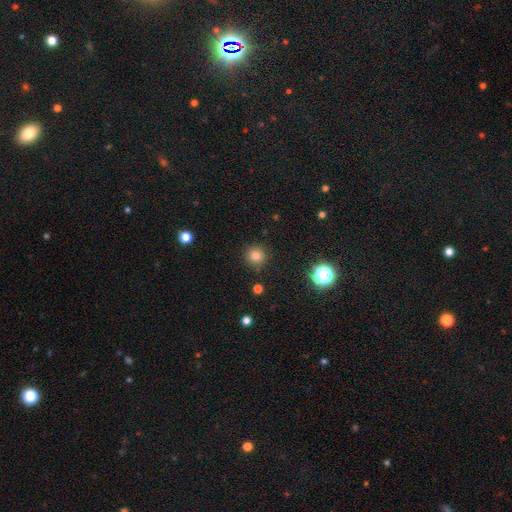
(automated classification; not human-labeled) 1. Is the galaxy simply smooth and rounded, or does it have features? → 82% smooth, 13% star or artifact, 5% featured or disk.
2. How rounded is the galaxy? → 94% round, 5% in between, 1% cigar-shaped.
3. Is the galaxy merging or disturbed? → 90% none, 6% minor disturbance, 2% major disturbance, 2% merger.